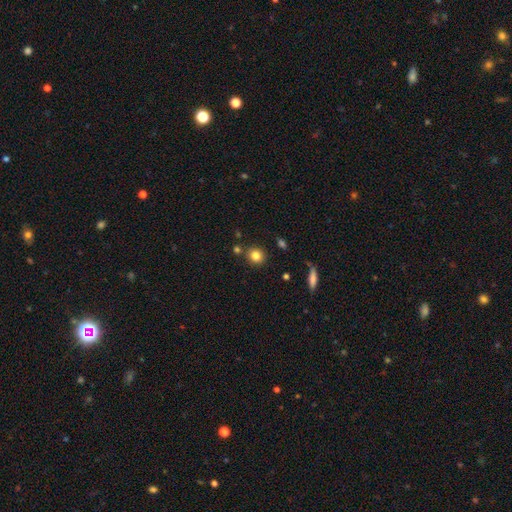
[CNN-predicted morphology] This is clearly a smooth galaxy (82%). How rounded: clearly round (84%). Merging: clearly none (82%).